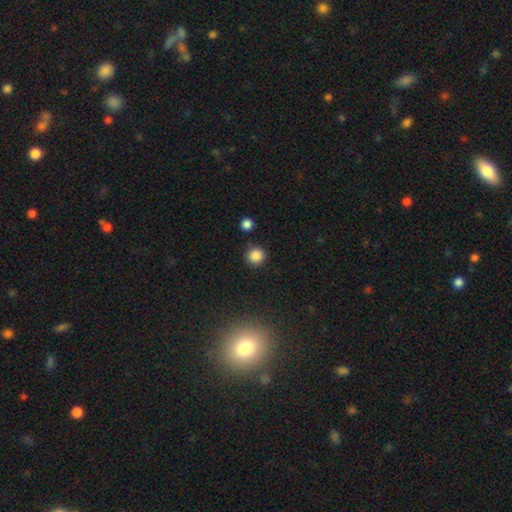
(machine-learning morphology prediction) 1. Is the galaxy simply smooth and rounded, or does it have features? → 85% smooth, 12% star or artifact, 4% featured or disk.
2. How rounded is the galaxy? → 94% round, 5% in between, 1% cigar-shaped.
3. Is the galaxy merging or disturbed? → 86% none, 8% minor disturbance, 4% merger, 3% major disturbance.